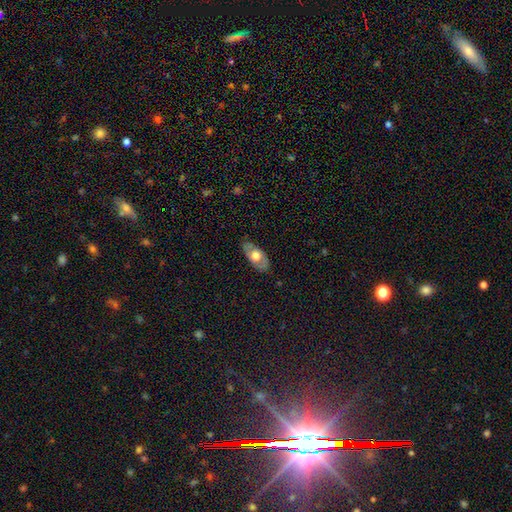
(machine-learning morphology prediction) smooth_or_featured: smooth (p=0.51) [alt: featured or disk p=0.44]
how_rounded: in between (p=0.90) [alt: round p=0.06]
merging: none (p=0.79) [alt: minor disturbance p=0.16]